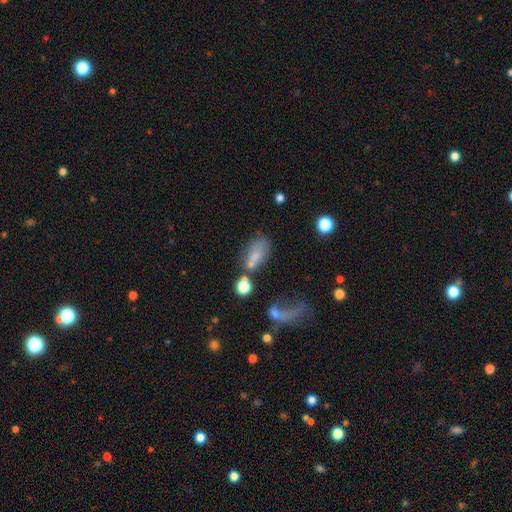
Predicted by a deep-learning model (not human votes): Morphology: type=smooth (63%); roundness=in between (79%); merging=none (35%).